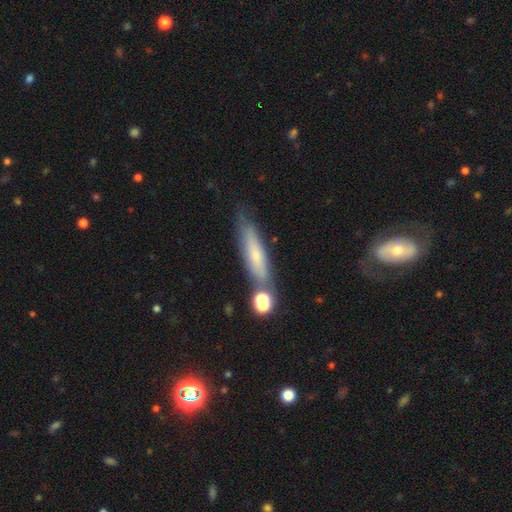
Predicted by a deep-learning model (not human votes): Morphology: type=smooth (56%); roundness=cigar-shaped (79%); merging=none (67%).